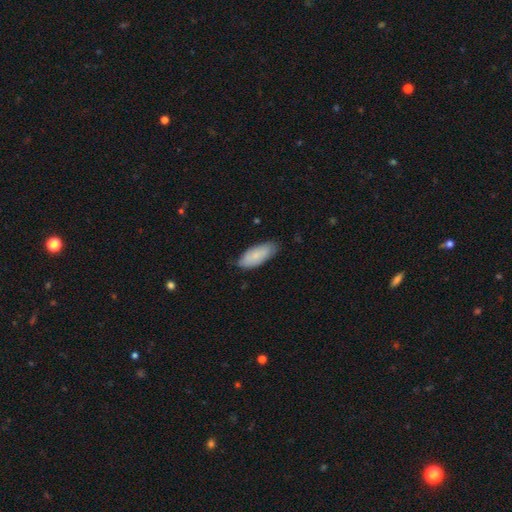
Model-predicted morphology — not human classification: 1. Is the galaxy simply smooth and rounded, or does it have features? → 78% smooth, 16% featured or disk, 6% star or artifact.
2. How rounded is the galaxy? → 85% in between, 13% cigar-shaped, 2% round.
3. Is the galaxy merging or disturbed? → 74% none, 22% minor disturbance, 3% major disturbance, 1% merger.